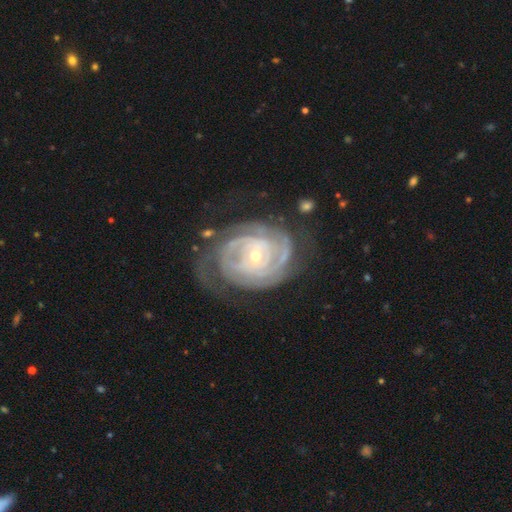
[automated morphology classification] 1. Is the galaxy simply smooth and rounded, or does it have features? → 89% featured or disk, 6% smooth, 5% star or artifact.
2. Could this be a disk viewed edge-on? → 97% no, 3% yes.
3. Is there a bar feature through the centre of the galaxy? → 65% no, 25% weak, 10% strong.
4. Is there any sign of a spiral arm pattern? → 96% yes, 4% no.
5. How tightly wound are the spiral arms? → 77% tight, 19% medium, 4% loose.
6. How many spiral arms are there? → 31% 2, 27% can't tell, 20% 3, 11% 4, 6% more than 4, 6% 1.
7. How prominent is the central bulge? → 67% small, 30% moderate, 1% large, 1% none, 1% dominant.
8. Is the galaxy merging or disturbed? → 62% none, 22% minor disturbance, 15% major disturbance, 2% merger.